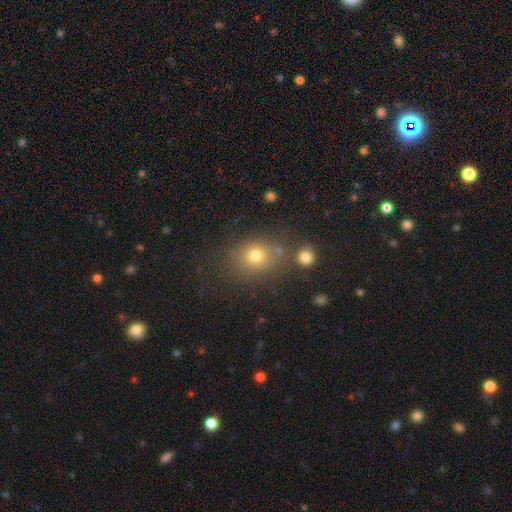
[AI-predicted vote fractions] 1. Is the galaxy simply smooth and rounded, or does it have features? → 73% smooth, 17% star or artifact, 9% featured or disk.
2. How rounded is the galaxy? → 70% round, 29% in between, 1% cigar-shaped.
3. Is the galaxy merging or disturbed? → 72% none, 12% minor disturbance, 11% merger, 5% major disturbance.